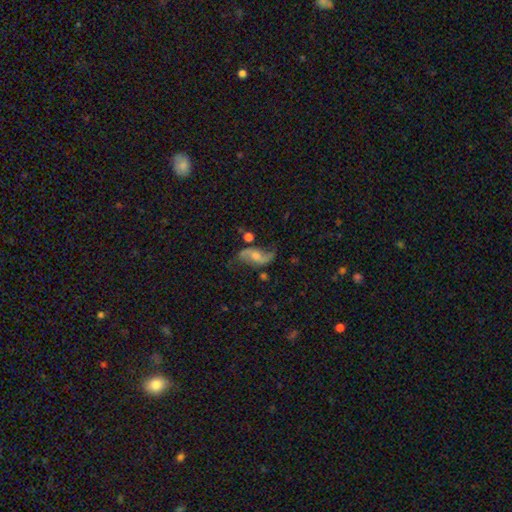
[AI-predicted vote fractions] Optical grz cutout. It shows a featured or disk galaxy (81%) with no bar (50%), 2 (92%) loose (80%) spiral arms (94%) and a moderate central bulge (52%). Merging: none (70%).